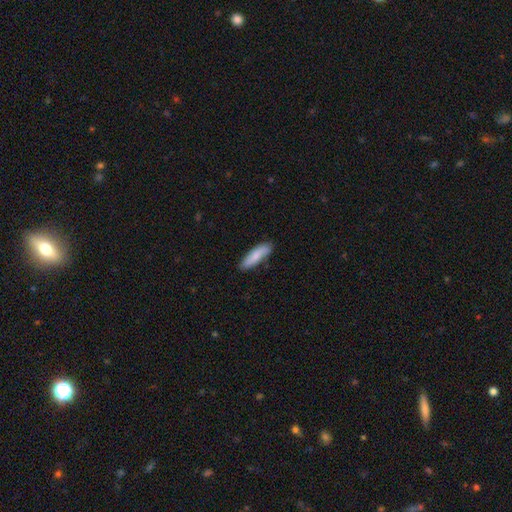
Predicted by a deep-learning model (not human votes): The model was most divided on "how rounded": cigar-shaped: 59%, in between: 39%, round: 2%. More confident: smooth or featured — smooth (81%); merging — none (81%).